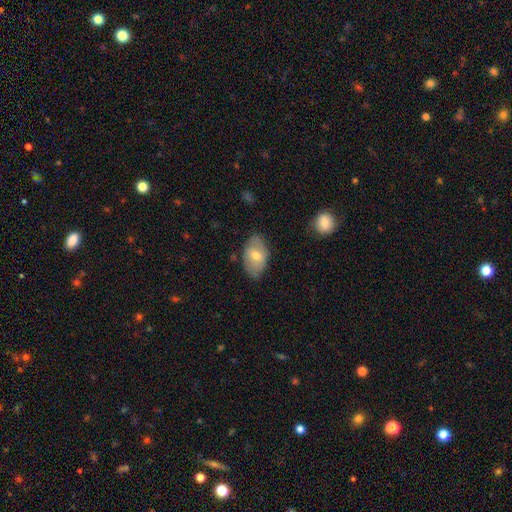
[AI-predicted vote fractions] Smooth or featured: smooth — 58% (featured or disk — 35%)
How rounded: in between — 91% (round — 7%)
Merging: none — 75% (minor disturbance — 20%)